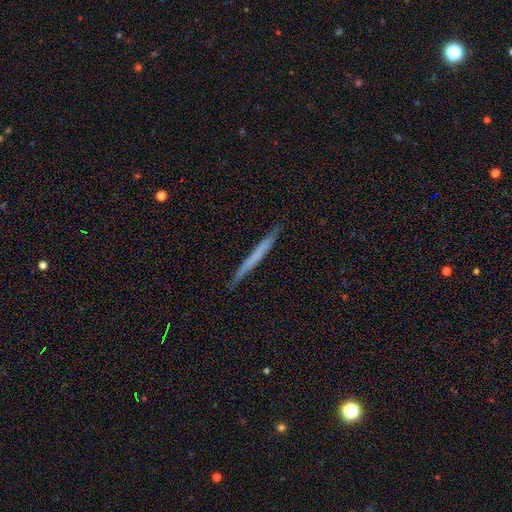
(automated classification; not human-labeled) Q: Smooth or featured?
A: smooth (54%); runner-up: featured or disk (40%)
Q: How rounded?
A: cigar-shaped (97%); runner-up: in between (2%)
Q: Merging?
A: none (89%); runner-up: minor disturbance (8%)